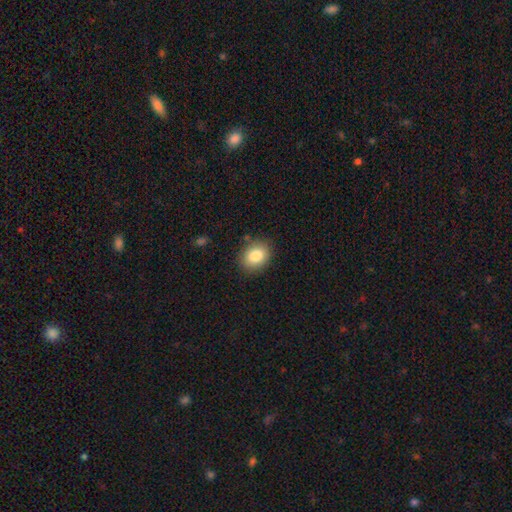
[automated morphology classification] This is clearly a smooth galaxy (83%). How rounded: possibly in between (53%). Merging: clearly none (85%).